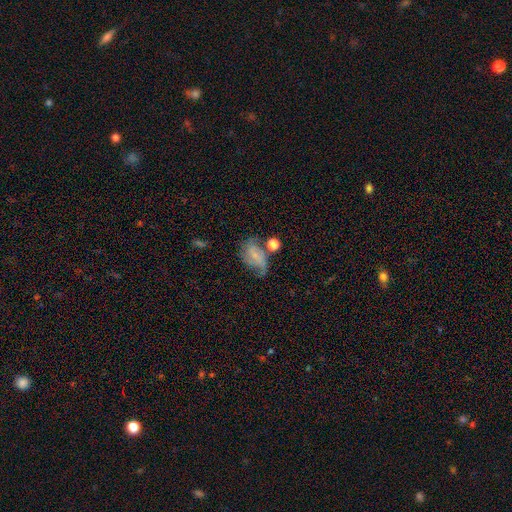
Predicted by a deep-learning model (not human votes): Morphology: type=featured or disk (53%); edge-on=no (97%); bar=no (52%); spiral arms=yes (82%); bulge=small (62%); merging=none (39%).